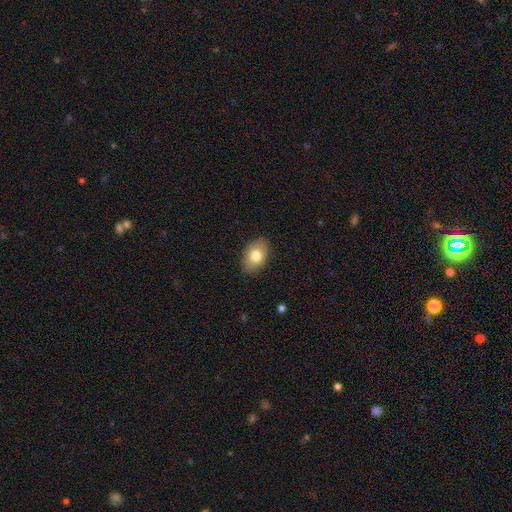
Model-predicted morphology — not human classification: Smooth or featured: smooth — 77% (featured or disk — 15%)
How rounded: in between — 87% (round — 12%)
Merging: none — 87% (minor disturbance — 10%)